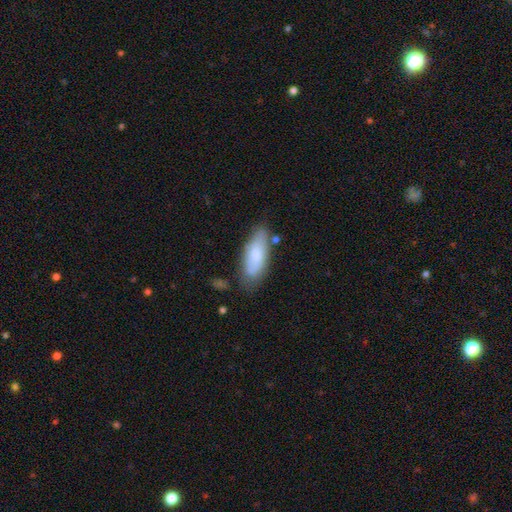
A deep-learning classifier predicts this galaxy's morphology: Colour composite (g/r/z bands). It shows a smooth galaxy with no disk features (67%) that is in between round and cigar-shaped (78%). Merging: none (65%).